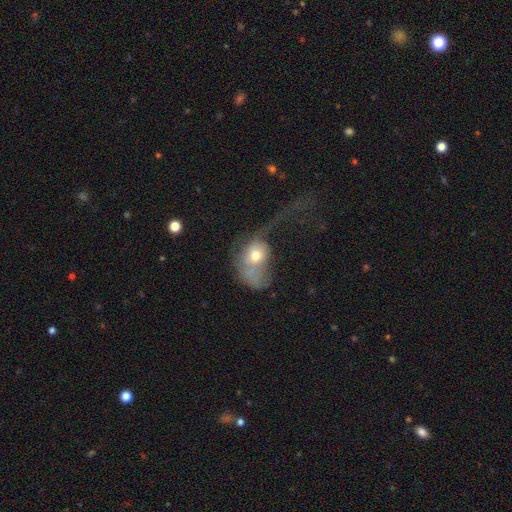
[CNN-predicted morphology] smooth-or-featured: smooth: 56% | featured or disk: 35% | star or artifact: 8%
  how-rounded: in between: 65% | round: 33% | cigar-shaped: 2%
  merging: major disturbance: 67% | minor disturbance: 12% | none: 12% | merger: 10%